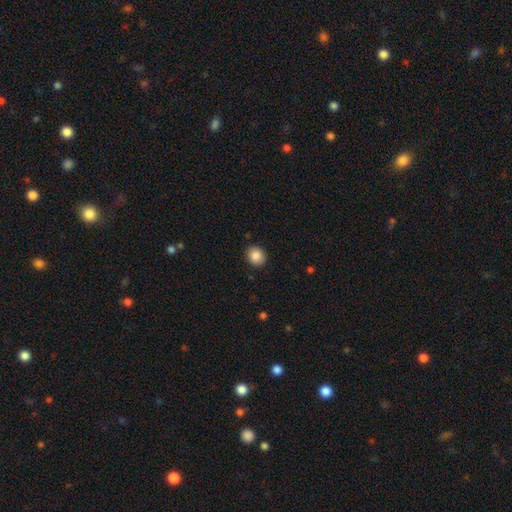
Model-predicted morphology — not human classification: A smooth galaxy with no disk features (86%) that is round (68%).

Vote fractions:
- Smooth or featured? smooth: 86% / star or artifact: 9% / featured or disk: 6%
- How rounded? round: 68% / in between: 31% / cigar-shaped: 1%
- Merging? none: 90% / minor disturbance: 7% / major disturbance: 2% / merger: 1%